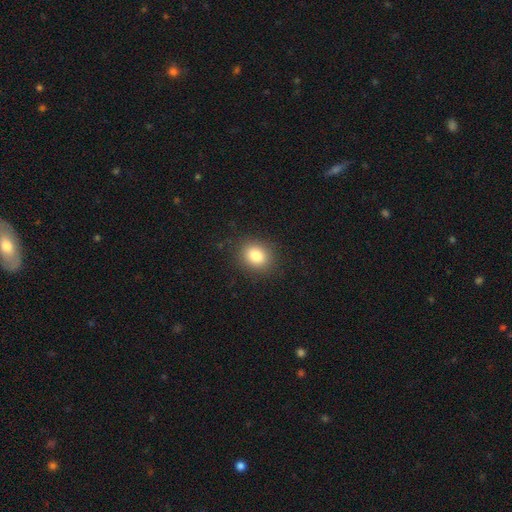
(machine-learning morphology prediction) Q: Smooth or featured?
A: smooth (83%); runner-up: star or artifact (10%)
Q: How rounded?
A: round (60%); runner-up: in between (39%)
Q: Merging?
A: none (87%); runner-up: minor disturbance (9%)